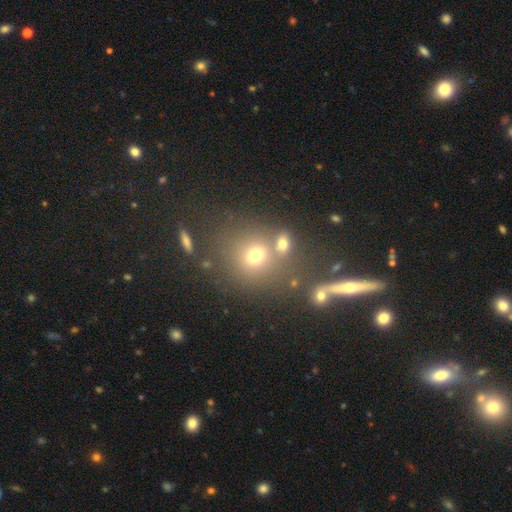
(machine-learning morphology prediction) A smooth galaxy with no disk features (68%) that is round (77%).

Vote fractions:
- Smooth or featured? smooth: 68% / star or artifact: 19% / featured or disk: 13%
- How rounded? round: 77% / in between: 22% / cigar-shaped: 1%
- Merging? none: 58% / merger: 24% / minor disturbance: 11% / major disturbance: 6%